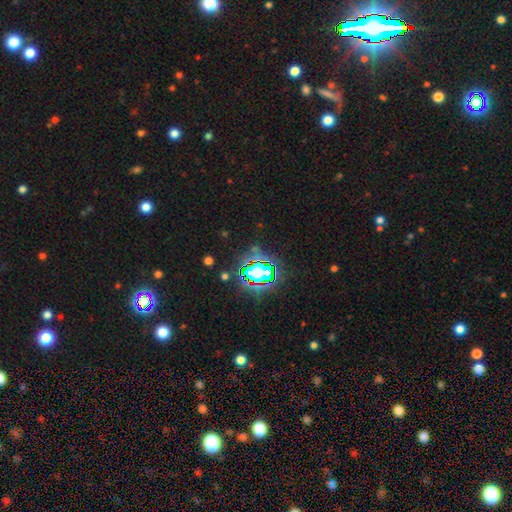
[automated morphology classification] Q: Smooth or featured?
A: star or artifact (77%); runner-up: smooth (15%)